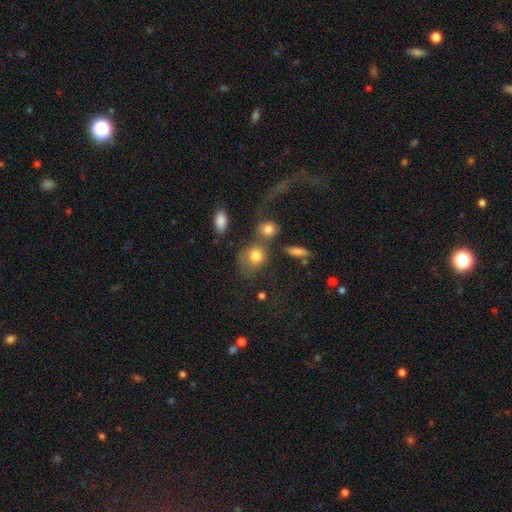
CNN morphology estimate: Q: Smooth or featured?
A: smooth (76%); runner-up: featured or disk (14%)
Q: How rounded?
A: round (56%); runner-up: in between (42%)
Q: Merging?
A: none (37%); runner-up: merger (28%)